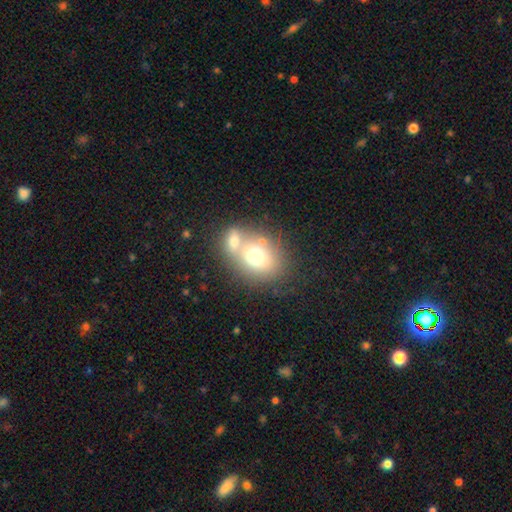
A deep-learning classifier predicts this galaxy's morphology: Overall: smooth (68%). How rounded: in between (51%; round 48%). Merging: merger (48%; none 37%).